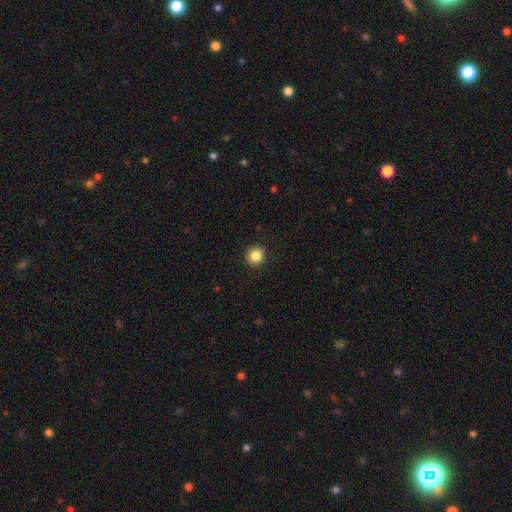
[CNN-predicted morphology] type=smooth (86%); roundness=round (92%); merging=none (92%).